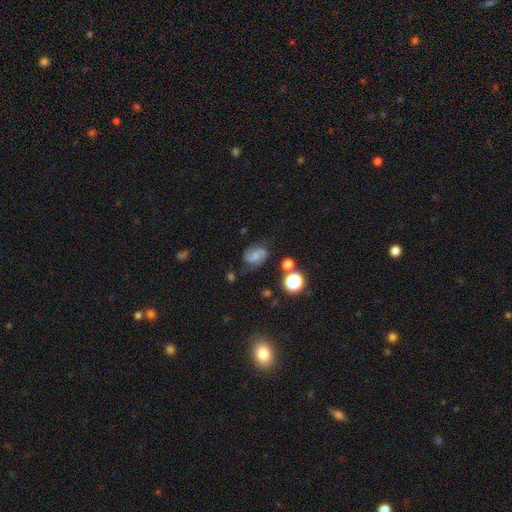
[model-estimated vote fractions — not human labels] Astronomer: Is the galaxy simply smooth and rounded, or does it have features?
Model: featured or disk — 57%.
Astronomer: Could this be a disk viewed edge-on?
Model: no — 97%.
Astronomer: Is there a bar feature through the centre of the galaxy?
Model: no — 44% (runner-up: weak, 43%).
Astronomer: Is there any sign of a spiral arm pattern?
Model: yes — 91%.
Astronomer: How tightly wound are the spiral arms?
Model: medium — 45% (runner-up: loose, 39%).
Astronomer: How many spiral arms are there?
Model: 2 — 88%.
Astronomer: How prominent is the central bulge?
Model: small — 35% (runner-up: none, 33%).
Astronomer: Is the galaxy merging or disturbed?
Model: none — 66%.